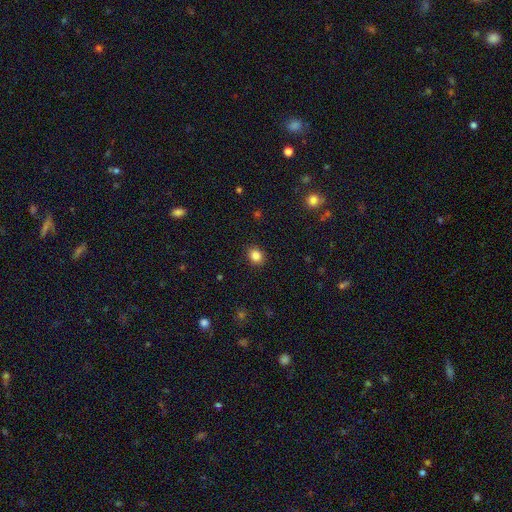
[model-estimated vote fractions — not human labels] Smooth or featured?
  - smooth: 85% *
  - star or artifact: 11%
  - featured or disk: 5%
How rounded?
  - round: 66% *
  - in between: 33%
  - cigar-shaped: 1%
Merging?
  - none: 90% *
  - minor disturbance: 7%
  - major disturbance: 2%
  - merger: 1%